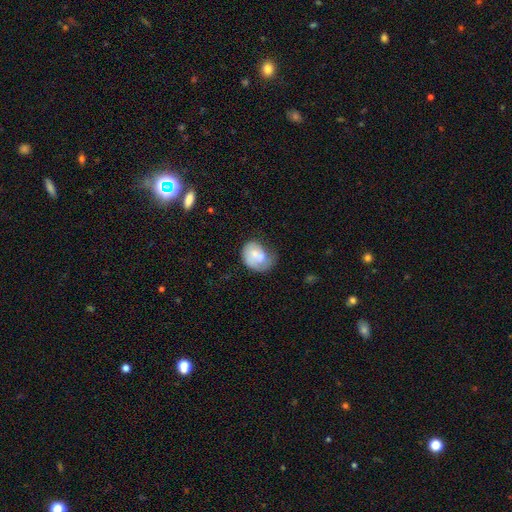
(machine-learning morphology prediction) A smooth galaxy with no disk features (59%) that is in between round and cigar-shaped (57%). Merging: none (32%).